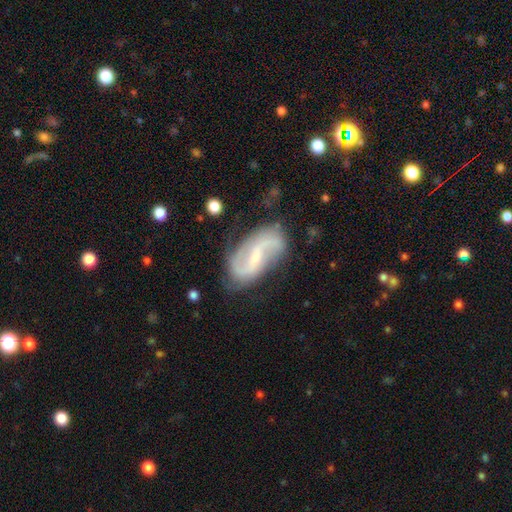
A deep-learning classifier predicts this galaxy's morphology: Smooth or featured: featured or disk — 84% (smooth — 10%)
Edge-on disk: no — 96% (yes — 4%)
Bar: weak — 45% (strong — 31%)
Spiral arms: yes — 95% (no — 5%)
Spiral winding: loose — 53% (medium — 34%)
Spiral arm count: 2 — 90% (can't tell — 4%)
Bulge size: small — 68% (moderate — 24%)
Merging: none — 73% (minor disturbance — 18%)